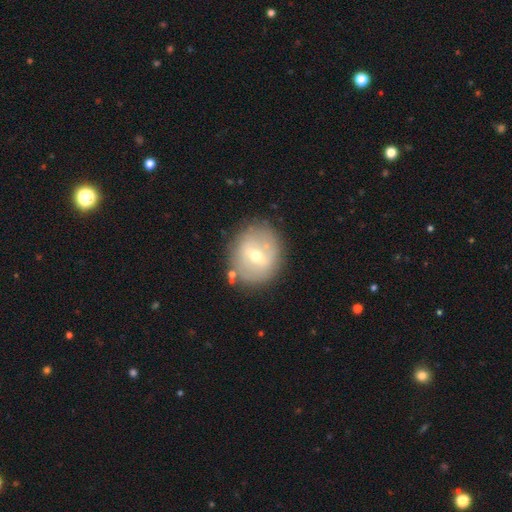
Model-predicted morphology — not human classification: smooth-or-featured: featured or disk: 53% | smooth: 39% | star or artifact: 8%
  disk-edge-on: no: 93% | yes: 7%
  merging: none: 79% | minor disturbance: 13% | major disturbance: 5% | merger: 4%